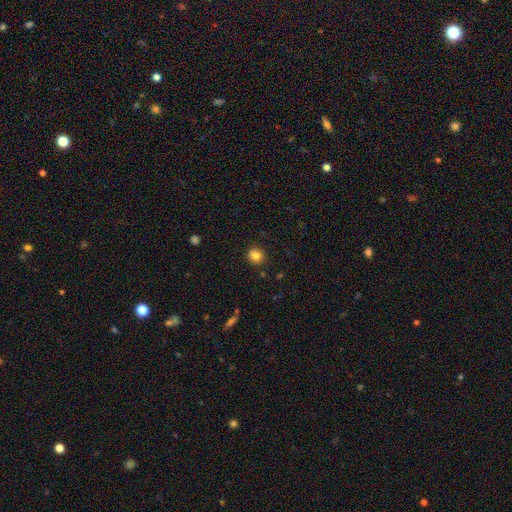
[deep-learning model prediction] Q: Smooth or featured?
A: smooth (83%); runner-up: star or artifact (11%)
Q: How rounded?
A: round (85%); runner-up: in between (14%)
Q: Merging?
A: none (89%); runner-up: minor disturbance (7%)